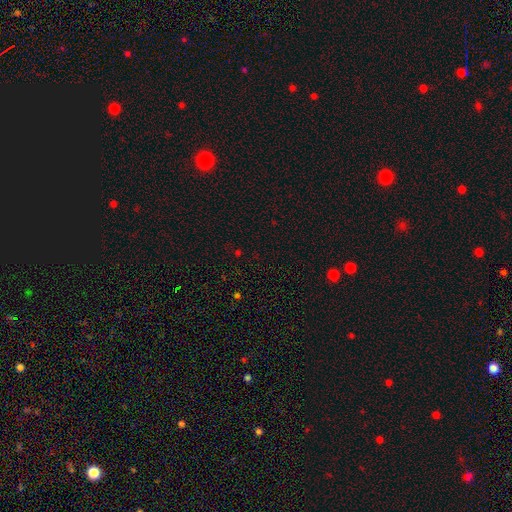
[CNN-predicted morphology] A star or artifact, not a galaxy (66%).